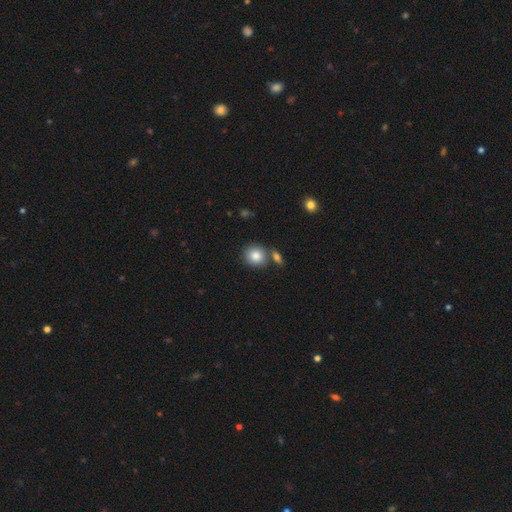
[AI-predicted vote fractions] Smooth or featured? smooth (84%)
How rounded? round (82%)
Merging? none (66%)